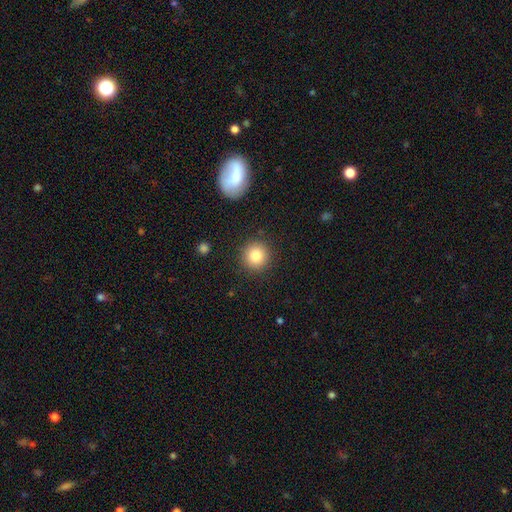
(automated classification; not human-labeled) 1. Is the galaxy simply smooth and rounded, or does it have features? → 82% smooth, 10% star or artifact, 8% featured or disk.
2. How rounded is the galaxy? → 94% round, 5% in between, 1% cigar-shaped.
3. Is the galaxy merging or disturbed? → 90% none, 6% minor disturbance, 2% major disturbance, 1% merger.